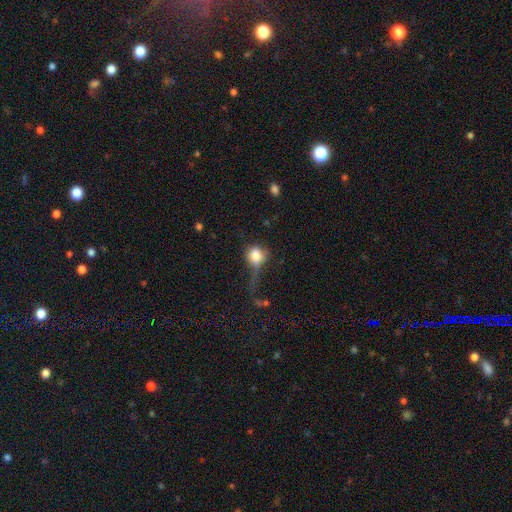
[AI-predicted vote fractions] Overall: smooth (75%). How rounded: round (73%). Merging: major disturbance (42%; none 28%).